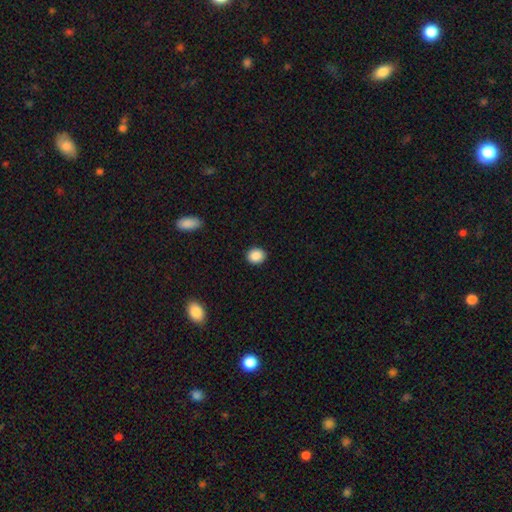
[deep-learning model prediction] Smooth or featured? Predicted: smooth (p=0.88). How rounded? Predicted: round (p=0.74). Merging? Predicted: none (p=0.90).